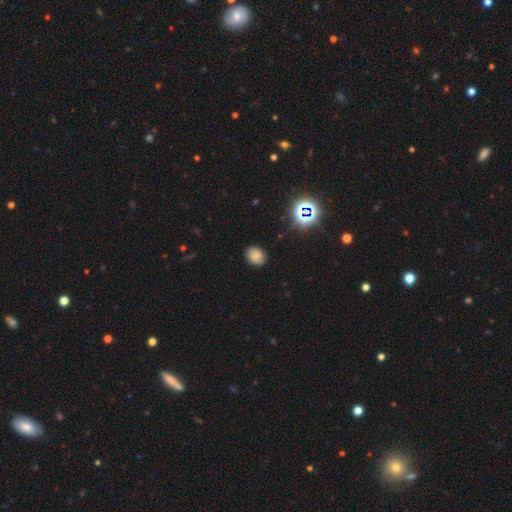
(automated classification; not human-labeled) smooth-or-featured: smooth: 77% | star or artifact: 15% | featured or disk: 8%
  how-rounded: in between: 56% | round: 43% | cigar-shaped: 1%
  merging: none: 84% | minor disturbance: 12% | major disturbance: 3% | merger: 1%